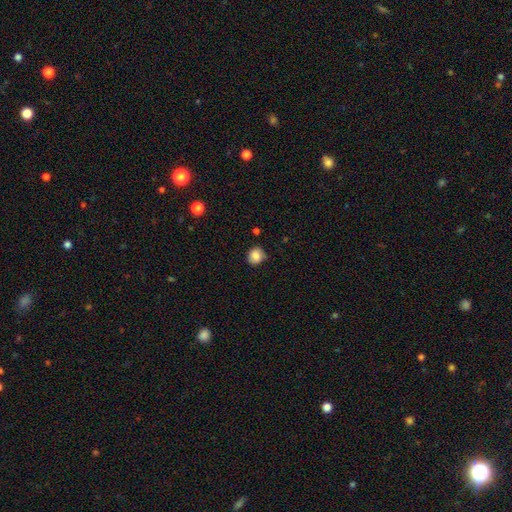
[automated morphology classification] Smooth or featured? Predicted: smooth (p=0.81). How rounded? Predicted: round (p=0.73). Merging? Predicted: none (p=0.74).